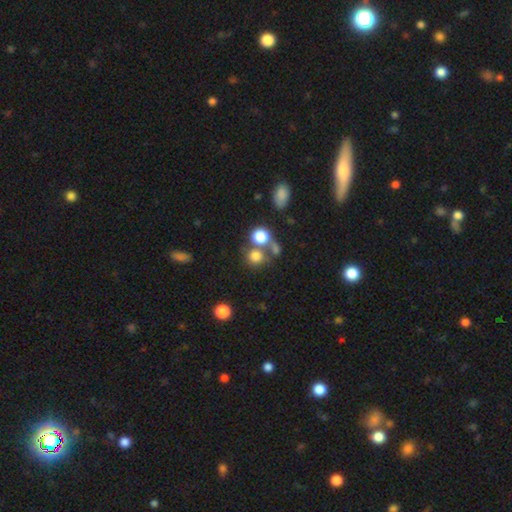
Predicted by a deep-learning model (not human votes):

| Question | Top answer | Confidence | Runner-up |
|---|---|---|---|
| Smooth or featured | smooth | 76% | star or artifact (15%) |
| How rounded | round | 84% | in between (15%) |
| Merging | none | 51% | merger (34%) |